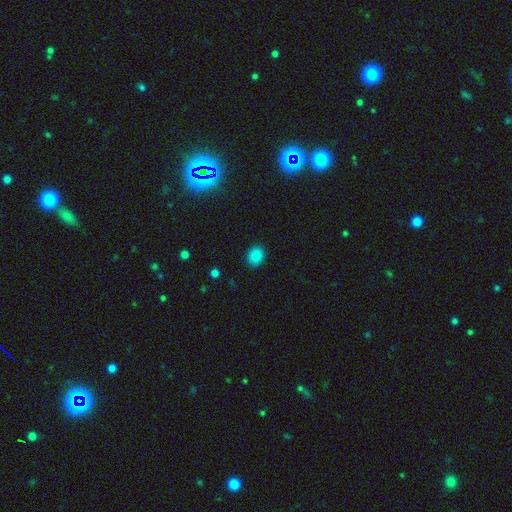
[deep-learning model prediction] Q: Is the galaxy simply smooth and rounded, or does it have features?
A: smooth — 86%.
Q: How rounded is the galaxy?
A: round — 59%.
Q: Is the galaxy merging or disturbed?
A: none — 89%.